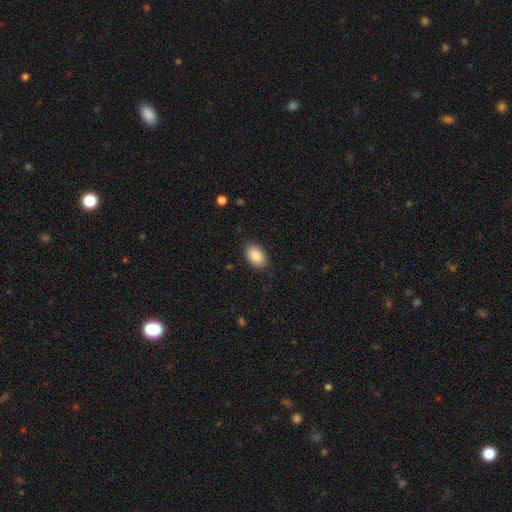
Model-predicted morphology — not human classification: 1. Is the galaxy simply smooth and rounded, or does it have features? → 89% smooth, 7% star or artifact, 5% featured or disk.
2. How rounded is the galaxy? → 92% in between, 6% round, 1% cigar-shaped.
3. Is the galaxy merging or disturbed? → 87% none, 10% minor disturbance, 2% major disturbance, 1% merger.